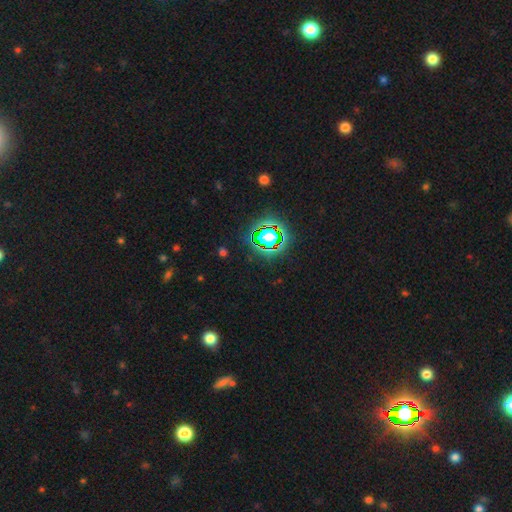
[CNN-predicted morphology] The model was most divided on "smooth or featured": star or artifact: 76%, smooth: 15%, featured or disk: 8%.